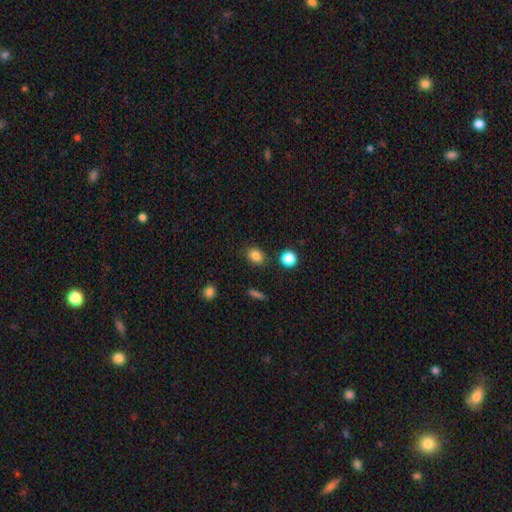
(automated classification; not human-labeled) The model was most divided on "how rounded": in between: 53%, round: 45%, cigar-shaped: 1%. More confident: merging — none (85%); smooth or featured — smooth (84%).